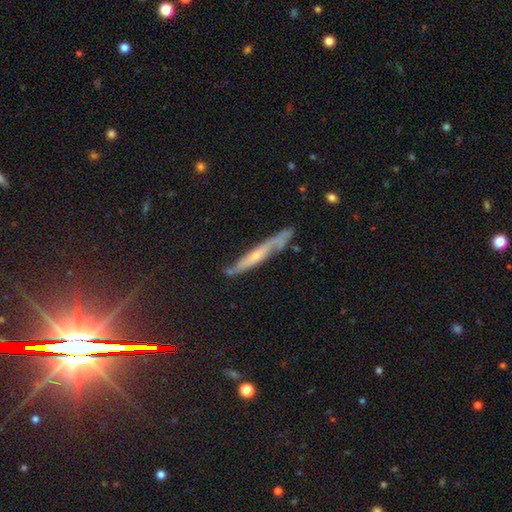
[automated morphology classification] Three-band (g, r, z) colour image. It shows a featured or disk galaxy (58%) viewed edge-on (79%). Merging: none (68%).